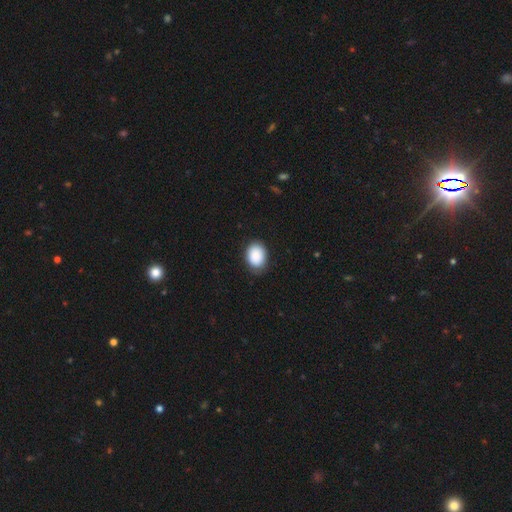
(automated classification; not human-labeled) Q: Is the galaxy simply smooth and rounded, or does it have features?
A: smooth — 88%.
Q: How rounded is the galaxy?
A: in between — 67%.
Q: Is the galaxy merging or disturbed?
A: none — 81%.